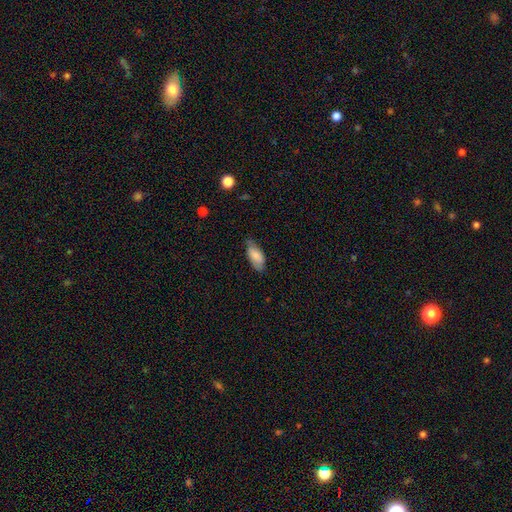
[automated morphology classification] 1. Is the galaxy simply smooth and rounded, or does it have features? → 76% smooth, 17% featured or disk, 6% star or artifact.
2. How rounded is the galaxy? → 88% in between, 10% cigar-shaped, 2% round.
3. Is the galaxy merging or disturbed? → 67% none, 27% minor disturbance, 5% major disturbance, 1% merger.